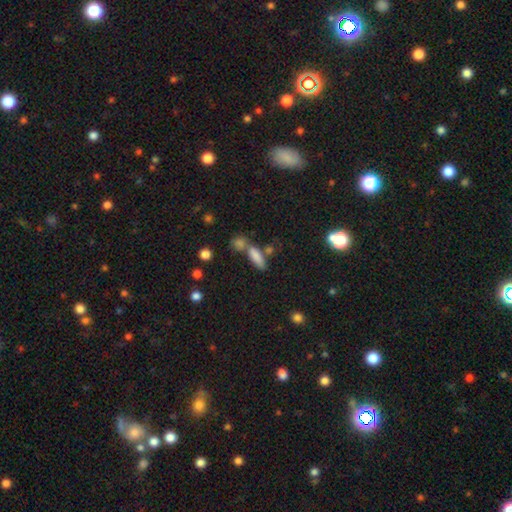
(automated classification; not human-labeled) Smooth or featured? smooth (80%)
How rounded? in between (52%)
Merging? none (52%)